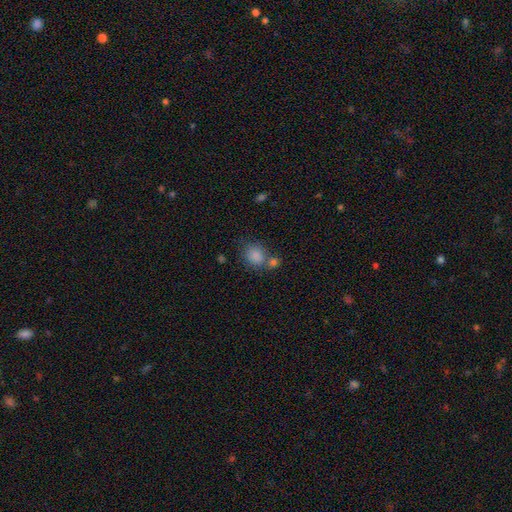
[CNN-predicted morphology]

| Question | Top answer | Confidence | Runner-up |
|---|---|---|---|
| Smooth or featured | smooth | 84% | star or artifact (10%) |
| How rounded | round | 66% | in between (33%) |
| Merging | none | 55% | merger (27%) |